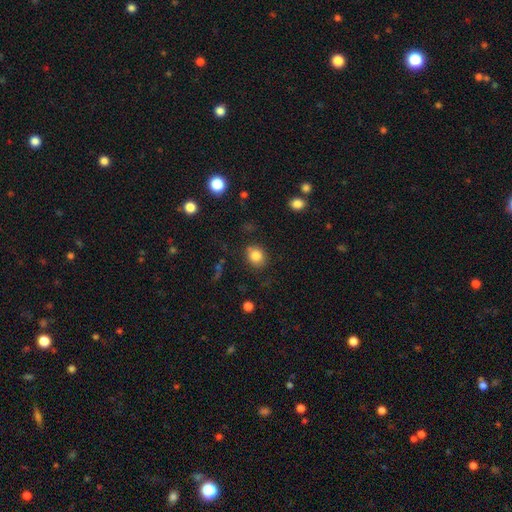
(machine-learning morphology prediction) A smooth galaxy with no disk features (83%) that is round (63%).

Vote fractions:
- Smooth or featured? smooth: 83% / star or artifact: 10% / featured or disk: 7%
- How rounded? round: 63% / in between: 36% / cigar-shaped: 1%
- Merging? none: 80% / minor disturbance: 13% / major disturbance: 4% / merger: 3%